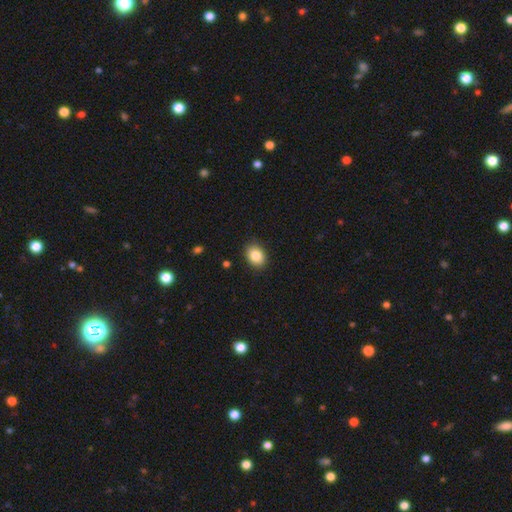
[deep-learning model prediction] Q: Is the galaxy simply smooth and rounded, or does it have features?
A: smooth — 85%.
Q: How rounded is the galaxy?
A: in between — 58%.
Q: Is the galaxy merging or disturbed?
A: none — 88%.